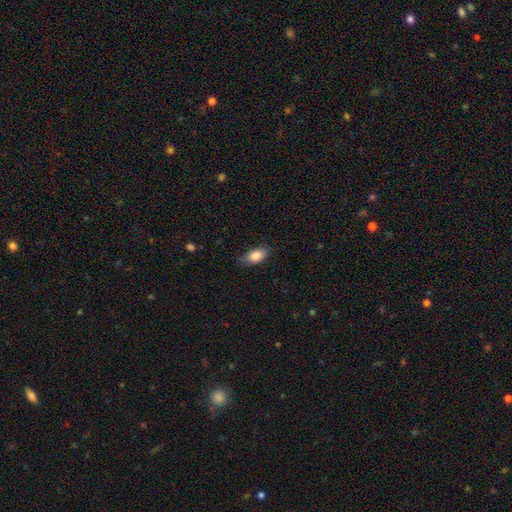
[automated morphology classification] Smooth or featured?
  - smooth: 83% *
  - featured or disk: 10%
  - star or artifact: 7%
How rounded?
  - in between: 89% *
  - cigar-shaped: 7%
  - round: 5%
Merging?
  - none: 82% *
  - minor disturbance: 14%
  - major disturbance: 3%
  - merger: 1%